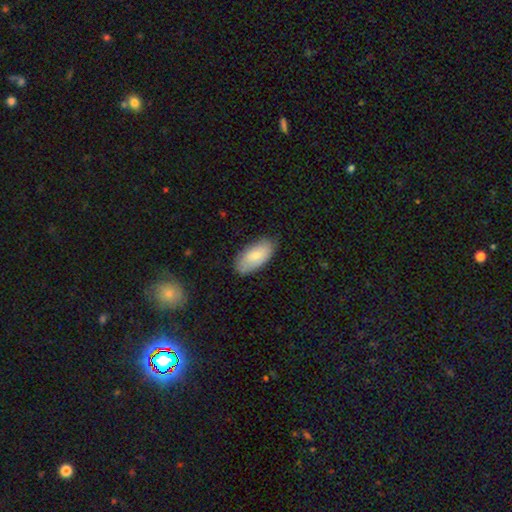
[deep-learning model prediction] Smooth or featured? Predicted: smooth (p=0.75). How rounded? Predicted: in between (p=0.93). Merging? Predicted: none (p=0.78).